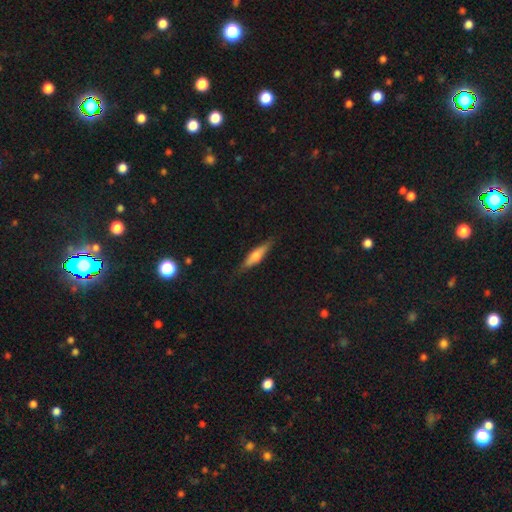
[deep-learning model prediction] The model was most divided on "smooth or featured": smooth: 48%, featured or disk: 45%, star or artifact: 6%. More confident: merging — none (82%).